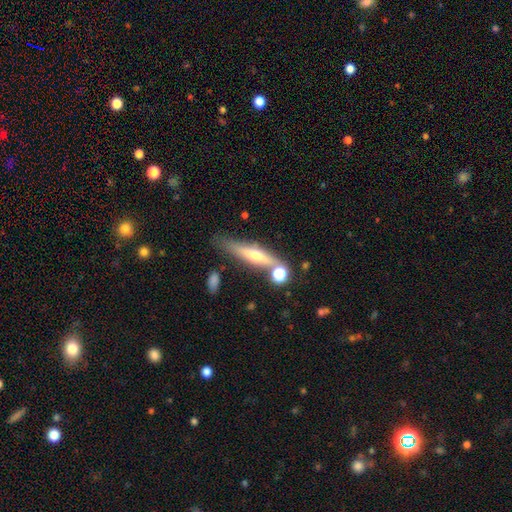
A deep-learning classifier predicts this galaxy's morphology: This appears to be a featured or disk galaxy (52%) viewed edge-on (89%). Merging: none (64%).